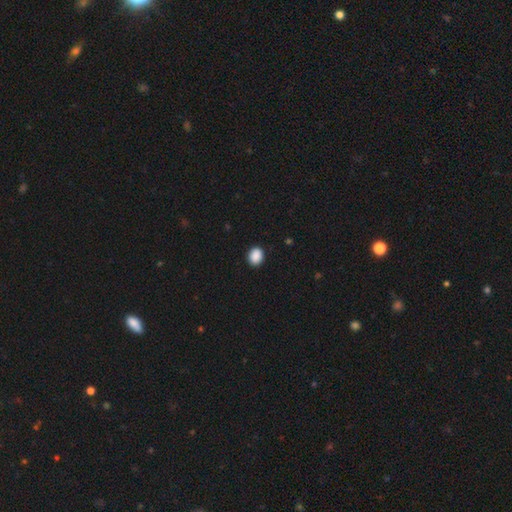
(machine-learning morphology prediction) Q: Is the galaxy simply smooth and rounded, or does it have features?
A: smooth — 90%.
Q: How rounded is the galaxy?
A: round — 57%.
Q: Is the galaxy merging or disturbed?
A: none — 91%.